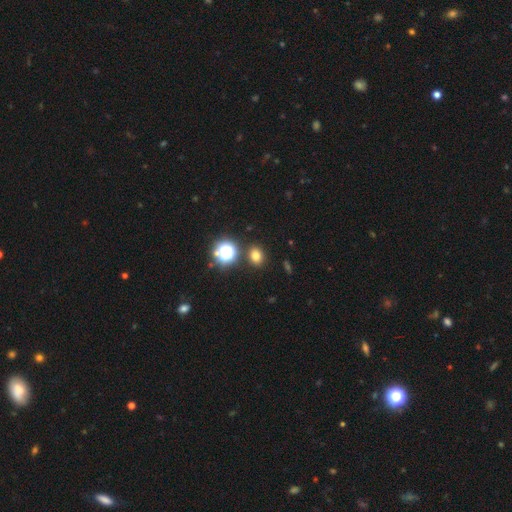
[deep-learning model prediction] Q: Smooth or featured?
A: smooth (72%); runner-up: star or artifact (21%)
Q: How rounded?
A: round (59%); runner-up: in between (40%)
Q: Merging?
A: none (86%); runner-up: minor disturbance (7%)